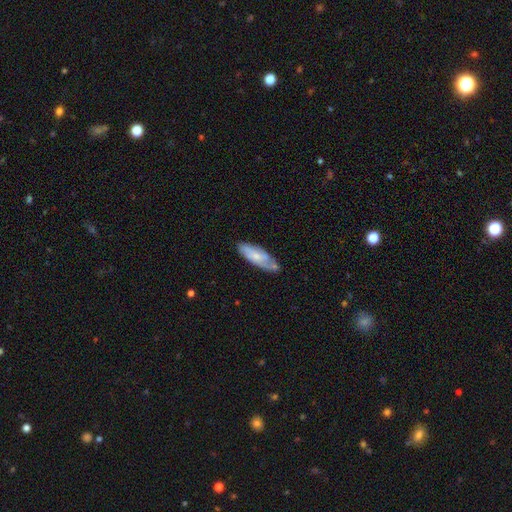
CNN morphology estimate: Smooth or featured: smooth — 58% (featured or disk — 36%)
How rounded: in between — 59% (cigar-shaped — 40%)
Merging: none — 62% (minor disturbance — 26%)